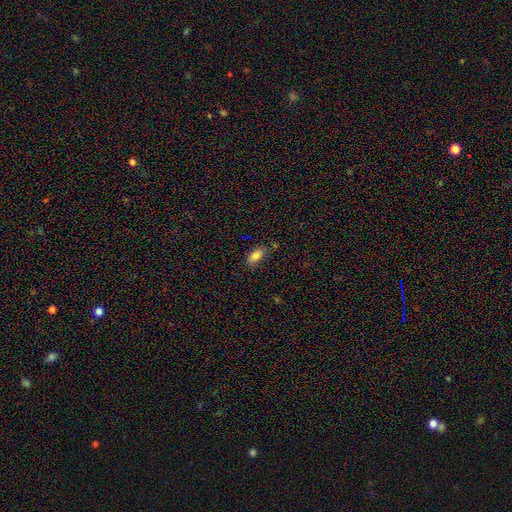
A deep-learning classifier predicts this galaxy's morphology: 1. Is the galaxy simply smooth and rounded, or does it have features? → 84% smooth, 9% star or artifact, 7% featured or disk.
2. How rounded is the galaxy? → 89% in between, 8% cigar-shaped, 3% round.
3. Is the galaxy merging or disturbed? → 76% none, 16% minor disturbance, 4% merger, 3% major disturbance.